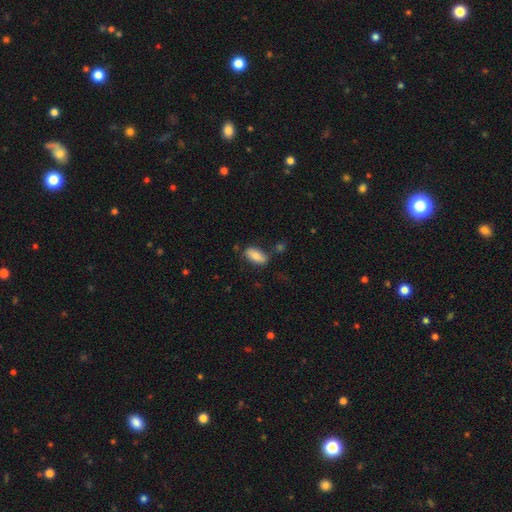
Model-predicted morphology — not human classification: A smooth galaxy with no disk features (80%) that is in between round and cigar-shaped (86%). Merging: none (72%).